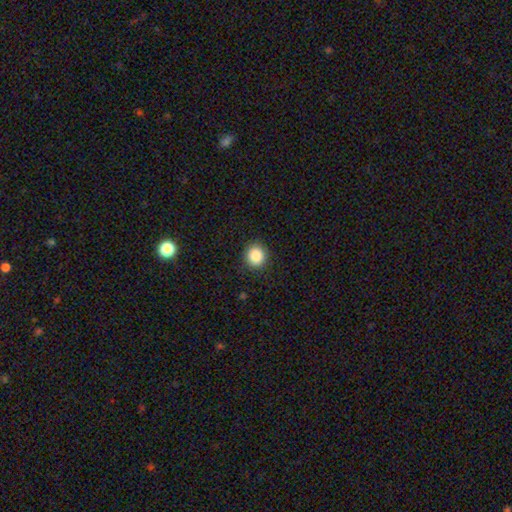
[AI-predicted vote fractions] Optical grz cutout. It shows a smooth galaxy with no disk features (86%) that is round (90%). Merging: none (91%).